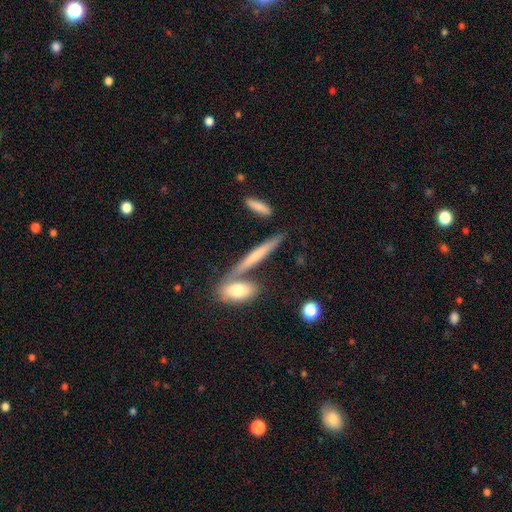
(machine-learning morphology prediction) Smooth or featured? Predicted: smooth (p=0.54). How rounded? Predicted: cigar-shaped (p=0.86). Merging? Predicted: none (p=0.66).